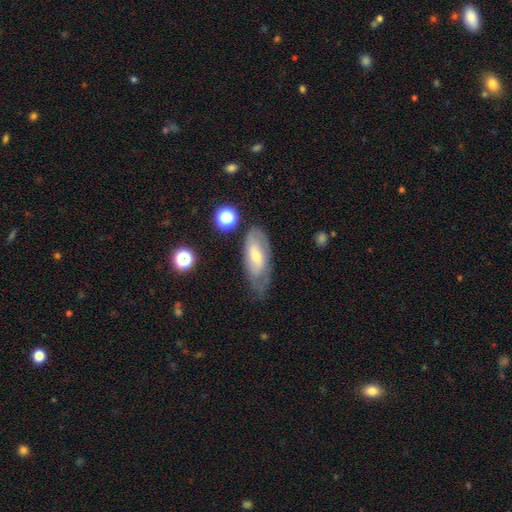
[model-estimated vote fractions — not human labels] Smooth or featured? Predicted: featured or disk (p=0.52). Edge-on disk? Predicted: no (p=0.84). Merging? Predicted: none (p=0.58).